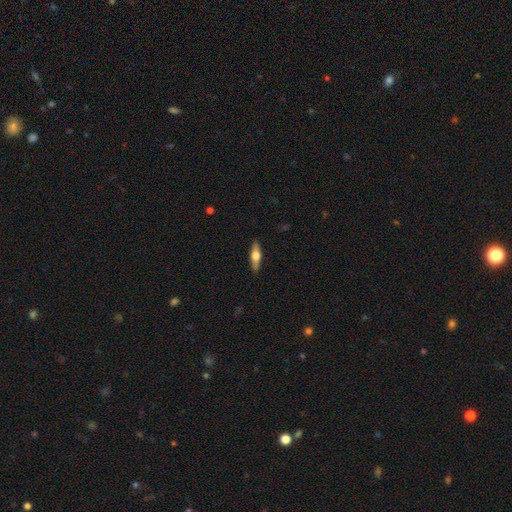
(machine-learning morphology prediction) Smooth or featured: featured or disk — 57% (smooth — 37%)
Edge-on disk: yes — 95% (no — 5%)
Edge-on bulge: rounded — 93% (boxy — 5%)
Merging: none — 90% (minor disturbance — 7%)